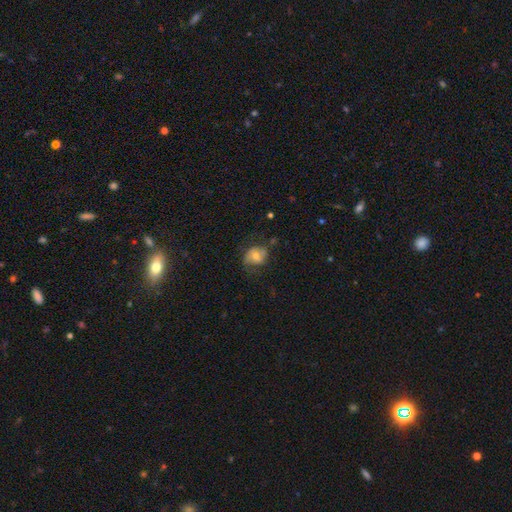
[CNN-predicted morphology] The model was most divided on "how rounded": in between: 50%, round: 49%, cigar-shaped: 1%. More confident: smooth or featured — smooth (61%); merging — none (54%).